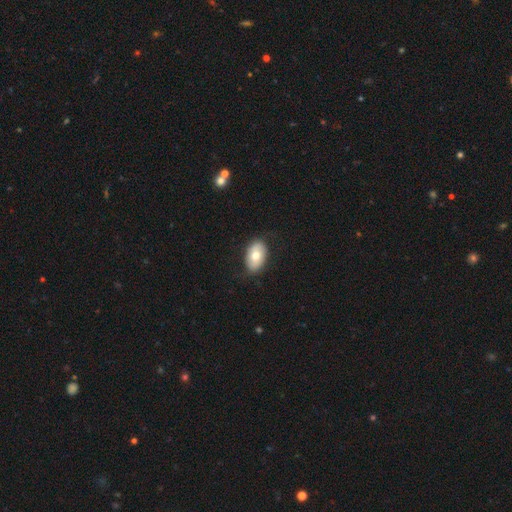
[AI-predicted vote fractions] smooth_or_featured: smooth (p=0.69) [alt: featured or disk p=0.24]
how_rounded: in between (p=0.91) [alt: round p=0.08]
merging: none (p=0.82) [alt: minor disturbance p=0.14]